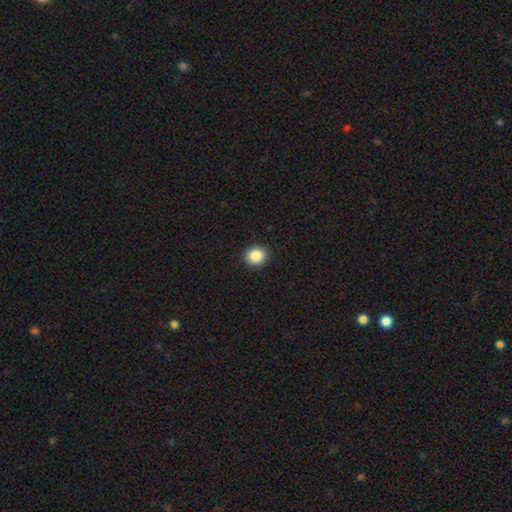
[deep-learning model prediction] Smooth or featured?
  - smooth: 88% *
  - star or artifact: 9%
  - featured or disk: 3%
How rounded?
  - round: 83% *
  - in between: 16%
  - cigar-shaped: 1%
Merging?
  - none: 92% *
  - minor disturbance: 5%
  - major disturbance: 2%
  - merger: 1%